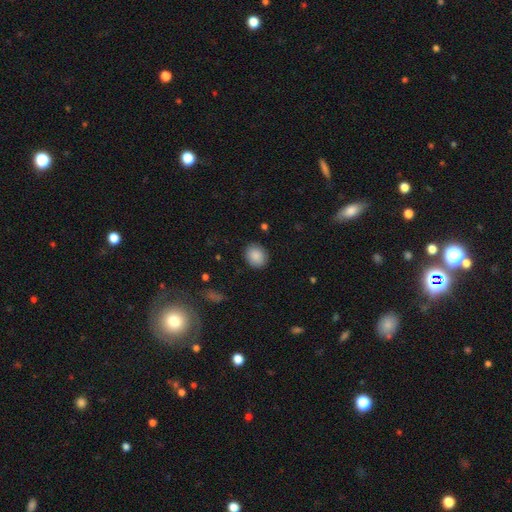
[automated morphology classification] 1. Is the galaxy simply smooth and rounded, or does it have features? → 88% smooth, 8% star or artifact, 4% featured or disk.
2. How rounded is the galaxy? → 69% round, 30% in between, 1% cigar-shaped.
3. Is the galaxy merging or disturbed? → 88% none, 9% minor disturbance, 3% major disturbance, 1% merger.